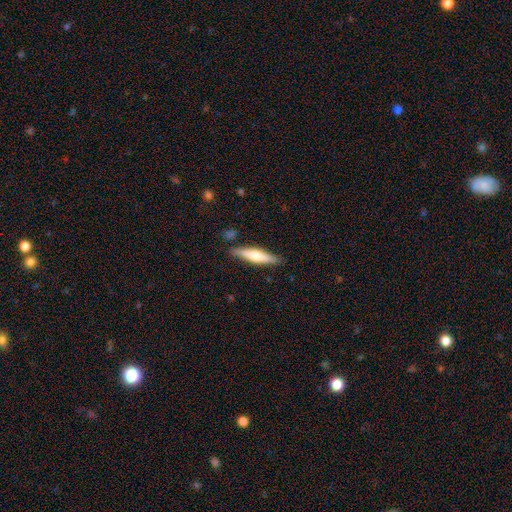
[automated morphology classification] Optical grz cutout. It shows a smooth galaxy with no disk features (53%) that is cigar-shaped (80%). Merging: none (85%).